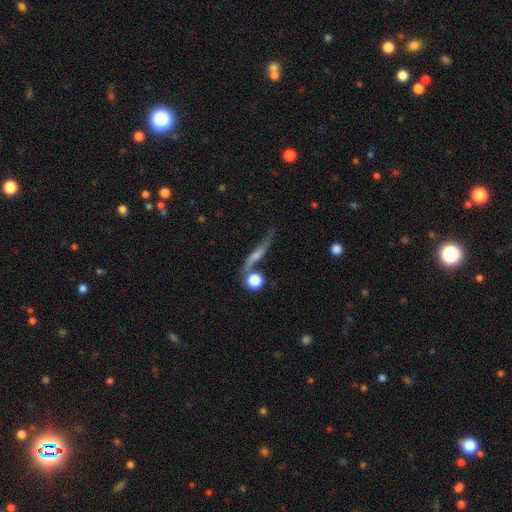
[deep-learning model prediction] This appears to be a featured or disk galaxy (71%) viewed edge-on (59%). Merging: none (60%).